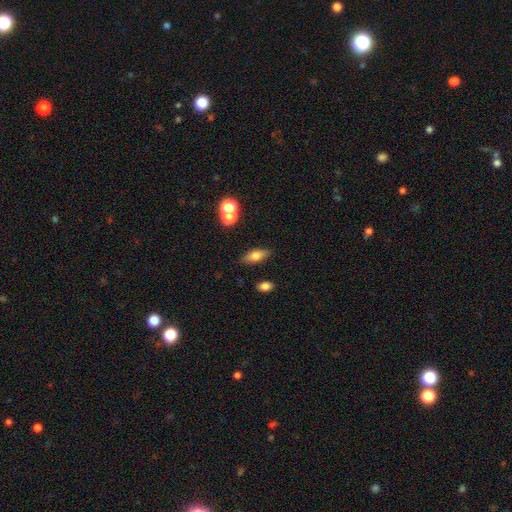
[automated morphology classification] This appears to be a smooth galaxy with no disk features (72%) that is in between round and cigar-shaped (74%). Merging: none (81%).